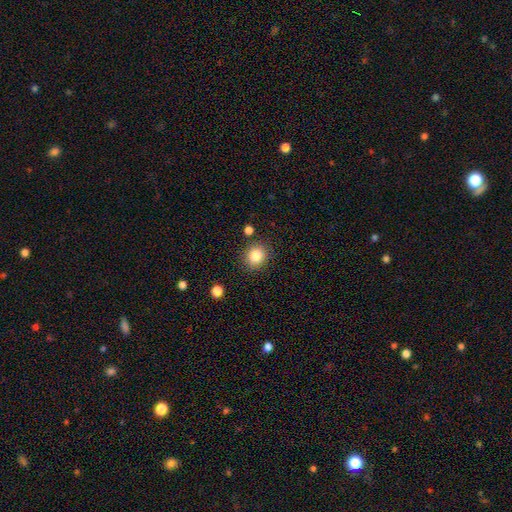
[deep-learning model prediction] Morphology: type=smooth (83%); roundness=round (84%); merging=none (87%).